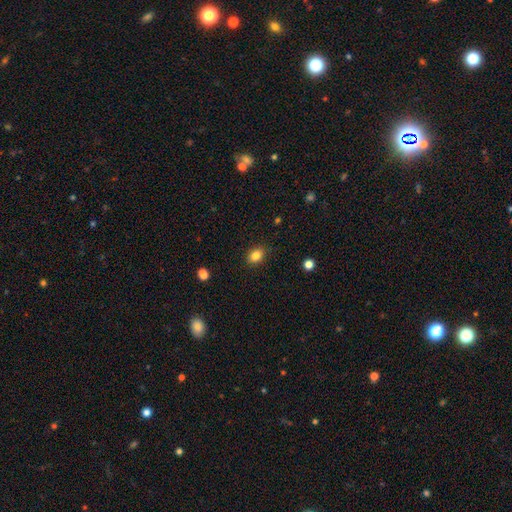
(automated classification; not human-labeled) The model was most divided on "how rounded": in between: 69%, round: 29%, cigar-shaped: 1%. More confident: merging — none (87%); smooth or featured — smooth (84%).